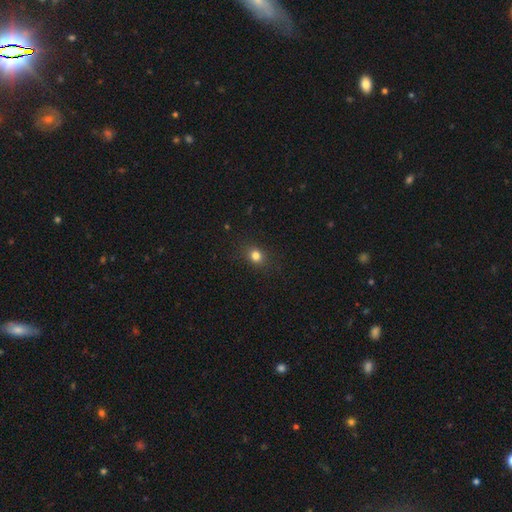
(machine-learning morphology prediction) Smooth or featured?
  - smooth: 80% *
  - star or artifact: 14%
  - featured or disk: 6%
How rounded?
  - round: 64% *
  - in between: 35%
  - cigar-shaped: 1%
Merging?
  - none: 86% *
  - minor disturbance: 10%
  - major disturbance: 3%
  - merger: 1%